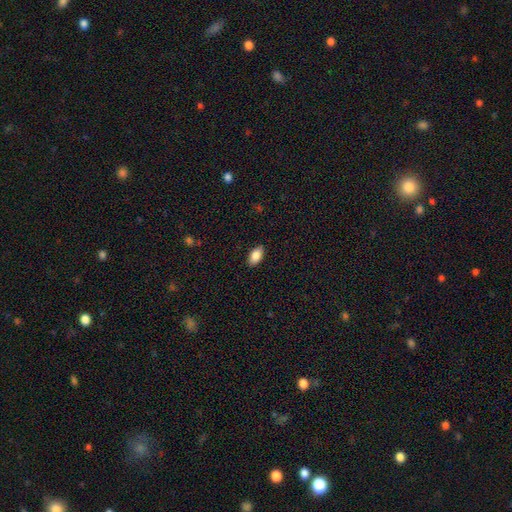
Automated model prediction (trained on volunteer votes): Q: Smooth or featured?
A: smooth (86%); runner-up: star or artifact (7%)
Q: How rounded?
A: in between (93%); runner-up: round (3%)
Q: Merging?
A: none (88%); runner-up: minor disturbance (9%)